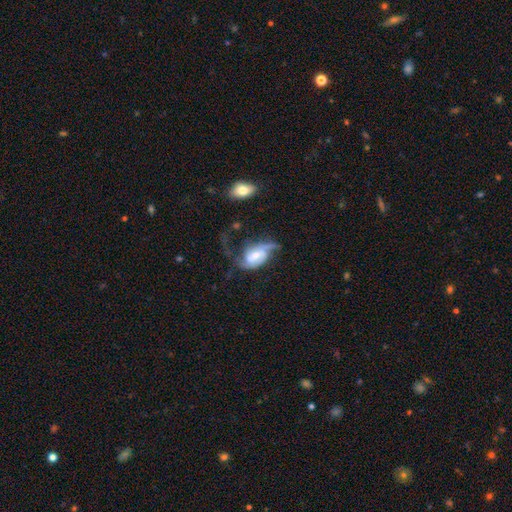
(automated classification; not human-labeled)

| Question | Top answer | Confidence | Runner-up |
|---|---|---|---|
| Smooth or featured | featured or disk | 76% | smooth (18%) |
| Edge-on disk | no | 96% | yes (4%) |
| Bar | weak | 44% | no (39%) |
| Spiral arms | yes | 91% | no (9%) |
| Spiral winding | loose | 50% | medium (36%) |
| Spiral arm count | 2 | 74% | 1 (9%) |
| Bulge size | moderate | 44% | small (42%) |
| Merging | major disturbance | 40% | none (34%) |